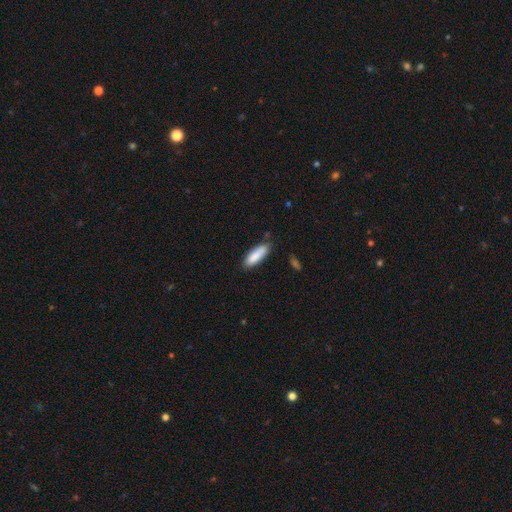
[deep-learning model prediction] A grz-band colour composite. It shows a smooth galaxy with no disk features (87%) that is in between round and cigar-shaped (49%, tied with cigar-shaped). Merging: none (79%).